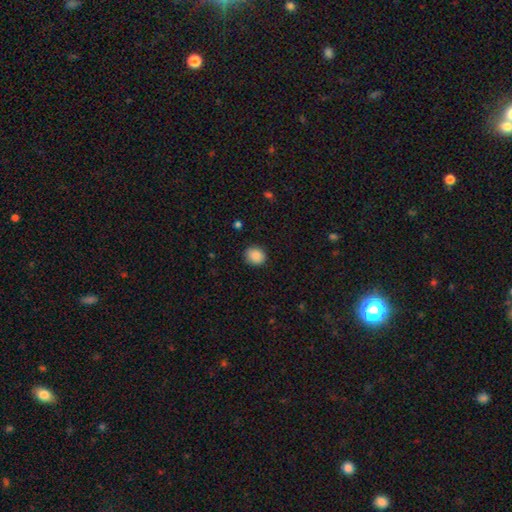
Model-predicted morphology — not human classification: Smooth or featured? Predicted: smooth (p=0.88). How rounded? Predicted: round (p=0.70). Merging? Predicted: none (p=0.88).